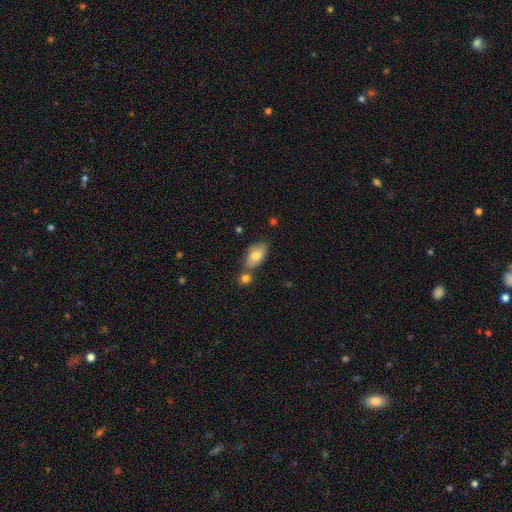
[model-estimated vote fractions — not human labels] Smooth or featured: smooth — 78% (featured or disk — 15%)
How rounded: in between — 91% (round — 5%)
Merging: none — 58% (merger — 24%)